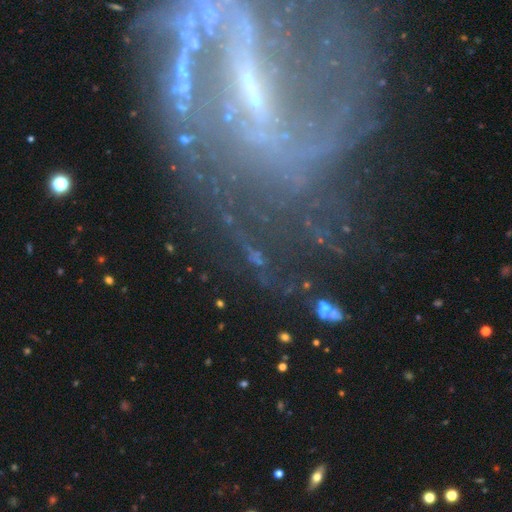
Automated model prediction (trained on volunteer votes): Smooth or featured: featured or disk — 78% (star or artifact — 14%)
Edge-on disk: no — 93% (yes — 7%)
Bar: strong — 53% (weak — 28%)
Spiral arms: yes — 78% (no — 22%)
Spiral winding: loose — 38% (medium — 36%)
Spiral arm count: 2 — 50% (can't tell — 23%)
Bulge size: small — 62% (none — 19%)
Merging: none — 50% (major disturbance — 27%)